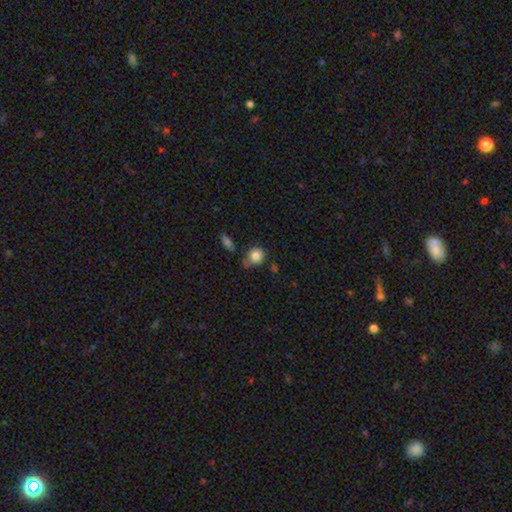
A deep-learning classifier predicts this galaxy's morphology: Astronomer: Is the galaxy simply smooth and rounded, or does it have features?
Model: smooth — 83%.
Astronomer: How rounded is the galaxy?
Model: round — 80%.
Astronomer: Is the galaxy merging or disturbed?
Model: none — 62%.